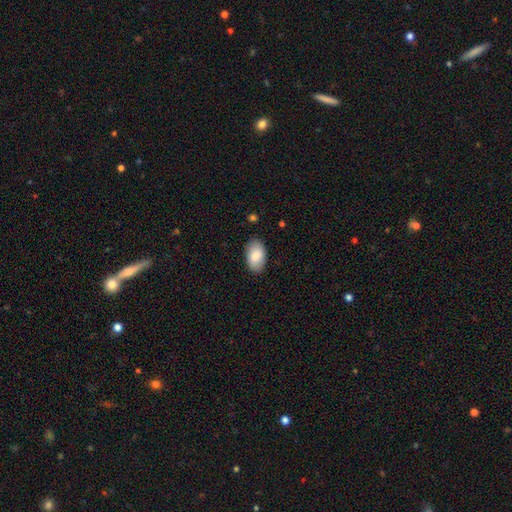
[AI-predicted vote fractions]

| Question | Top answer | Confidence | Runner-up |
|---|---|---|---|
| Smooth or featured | smooth | 83% | featured or disk (11%) |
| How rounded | in between | 94% | round (5%) |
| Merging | none | 87% | minor disturbance (10%) |